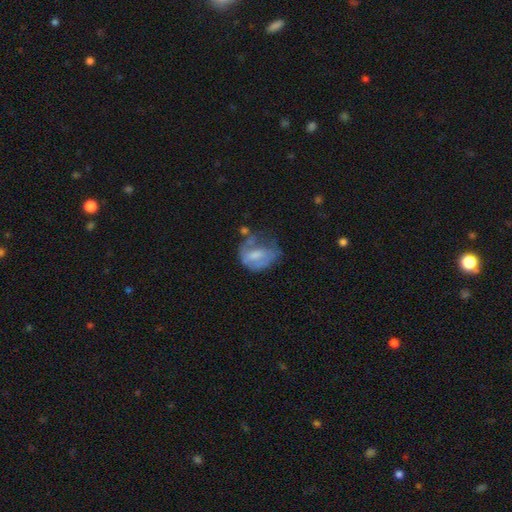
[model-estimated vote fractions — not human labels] Smooth or featured: featured or disk — 46% (smooth — 45%)
Merging: major disturbance — 33% (none — 29%)